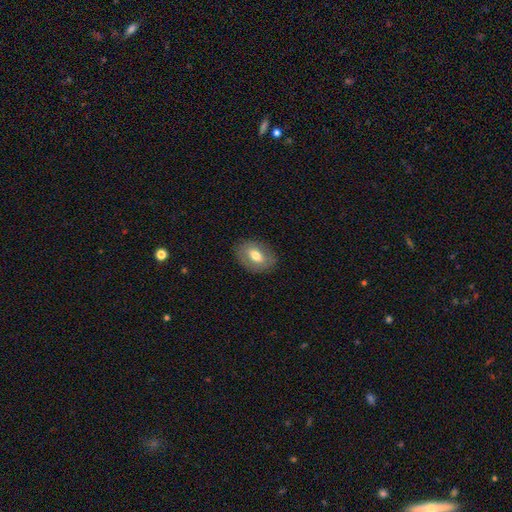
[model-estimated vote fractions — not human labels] smooth 64%, featured or disk 28%, star or artifact 8%. Down the decision tree: how rounded — in between (78%); merging — none (84%).